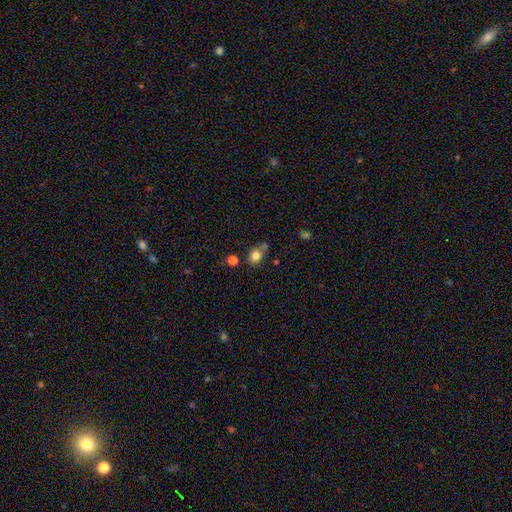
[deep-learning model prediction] This is clearly a smooth galaxy (80%). How rounded: likely round (69%). Merging: likely none (61%).